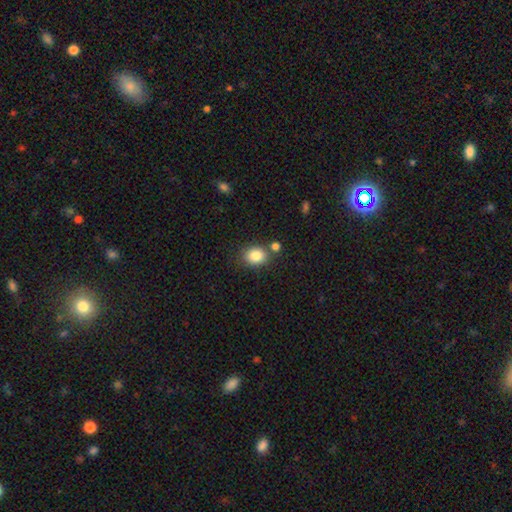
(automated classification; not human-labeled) Q: Smooth or featured?
A: smooth (85%); runner-up: star or artifact (9%)
Q: How rounded?
A: round (52%); runner-up: in between (47%)
Q: Merging?
A: none (73%); runner-up: merger (12%)